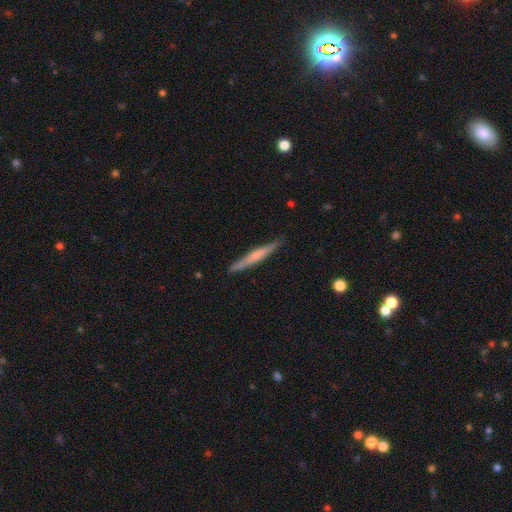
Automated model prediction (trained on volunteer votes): A featured or disk galaxy (47%, tied with smooth).

Vote fractions:
- Smooth or featured? featured or disk: 47% (tied) / smooth: 47% (tied) / star or artifact: 6%
- Merging? none: 89% / minor disturbance: 8% / major disturbance: 2% / merger: 1%